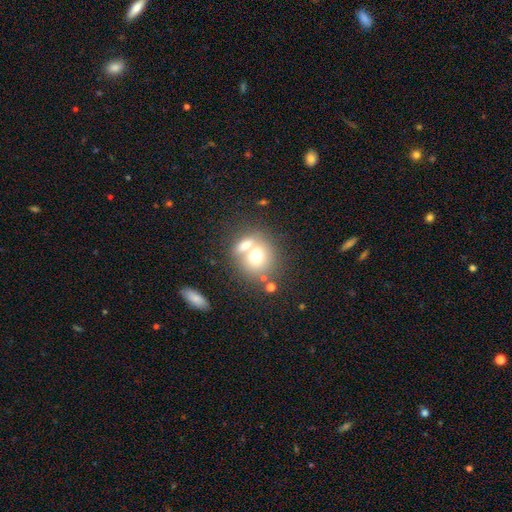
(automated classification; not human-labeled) Overall: smooth (68%). How rounded: round (75%). Merging: merger (46%; none 40%).